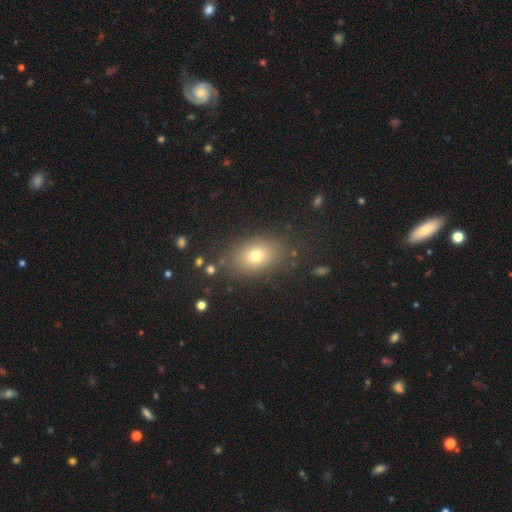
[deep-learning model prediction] This appears to be a smooth galaxy with no disk features (73%) that is in between round and cigar-shaped (80%). Merging: none (83%).